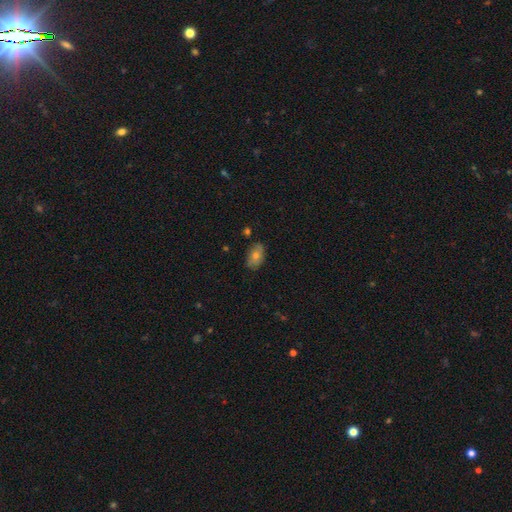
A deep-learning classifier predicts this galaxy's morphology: Q: Smooth or featured?
A: smooth (65%); runner-up: featured or disk (25%)
Q: How rounded?
A: in between (87%); runner-up: round (11%)
Q: Merging?
A: none (78%); runner-up: minor disturbance (17%)